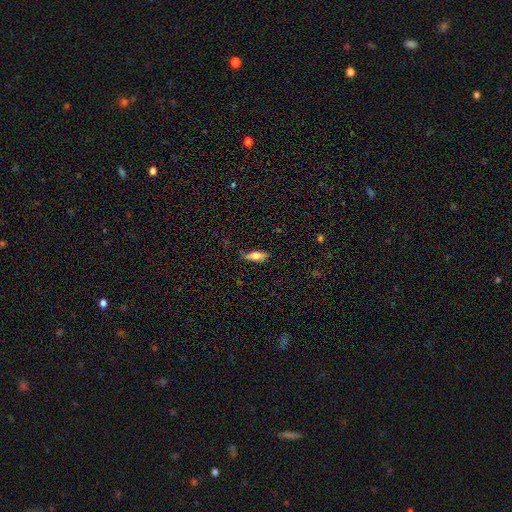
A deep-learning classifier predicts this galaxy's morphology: Smooth or featured: smooth — 67% (featured or disk — 26%)
How rounded: in between — 66% (cigar-shaped — 31%)
Merging: none — 64% (minor disturbance — 27%)